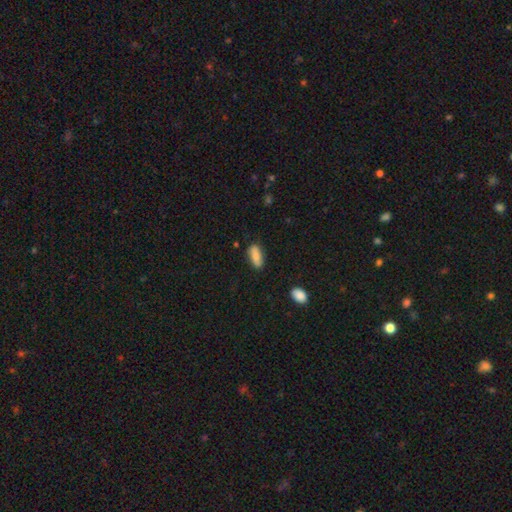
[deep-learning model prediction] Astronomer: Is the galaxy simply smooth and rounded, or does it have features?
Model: smooth — 79%.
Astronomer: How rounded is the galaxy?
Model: in between — 79%.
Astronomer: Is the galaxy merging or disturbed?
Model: none — 83%.